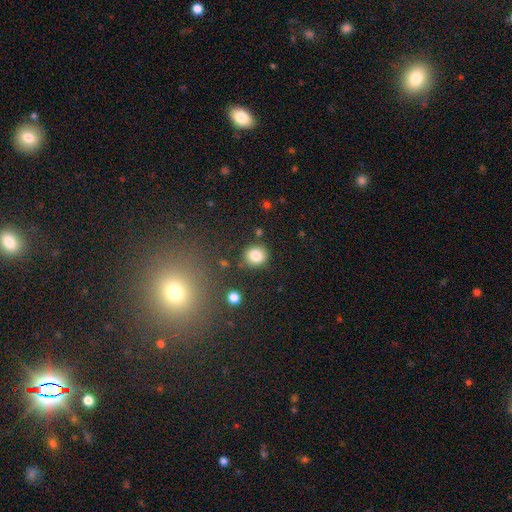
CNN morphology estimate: smooth_or_featured: smooth (p=0.83) [alt: star or artifact p=0.11]
how_rounded: round (p=0.84) [alt: in between p=0.15]
merging: none (p=0.83) [alt: minor disturbance p=0.10]